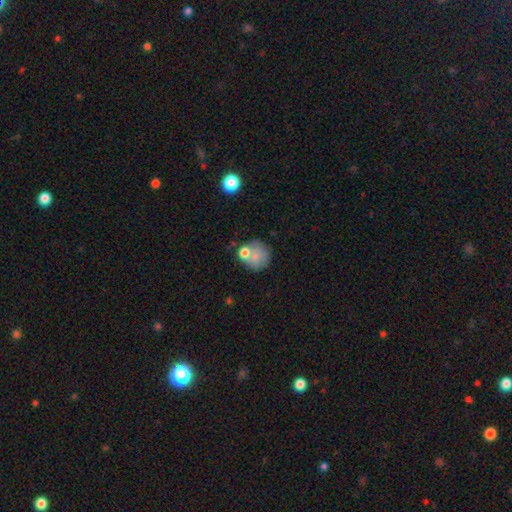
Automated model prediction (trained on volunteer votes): Smooth or featured? Predicted: smooth (p=0.71). How rounded? Predicted: round (p=0.85). Merging? Predicted: none (p=0.52).